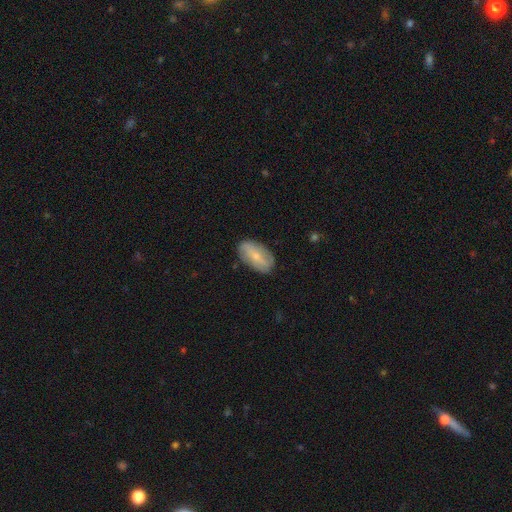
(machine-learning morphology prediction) A smooth galaxy with no disk features (53%) that is in between round and cigar-shaped (91%).

Vote fractions:
- Smooth or featured? smooth: 53% / featured or disk: 40% / star or artifact: 7%
- How rounded? in between: 91% / cigar-shaped: 5% / round: 4%
- Merging? none: 81% / minor disturbance: 15% / major disturbance: 3% / merger: 1%